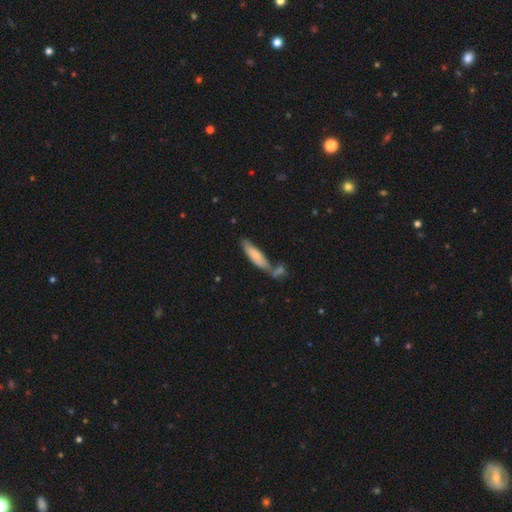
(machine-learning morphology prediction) smooth_or_featured: smooth (p=0.71) [alt: featured or disk p=0.24]
how_rounded: cigar-shaped (p=0.64) [alt: in between p=0.34]
merging: none (p=0.50) [alt: merger p=0.28]